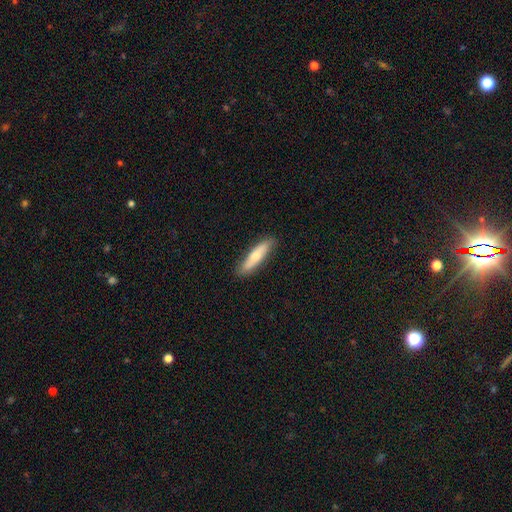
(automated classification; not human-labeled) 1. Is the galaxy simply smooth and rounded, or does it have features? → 62% smooth, 33% featured or disk, 5% star or artifact.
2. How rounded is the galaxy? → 77% cigar-shaped, 22% in between, 2% round.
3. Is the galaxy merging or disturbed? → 87% none, 10% minor disturbance, 2% major disturbance, 1% merger.